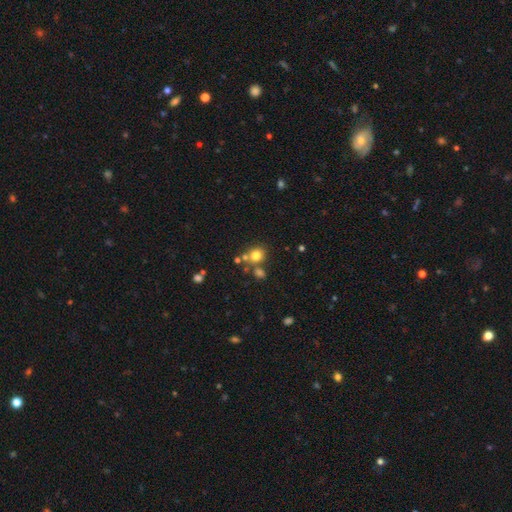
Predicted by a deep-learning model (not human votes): This appears to be a smooth galaxy with no disk features (77%) that is round (77%). Merging: none (62%).